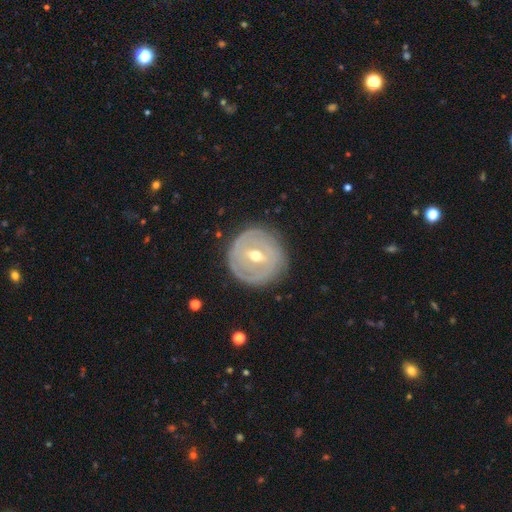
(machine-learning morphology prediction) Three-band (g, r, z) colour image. It shows a featured or disk galaxy (77%) with a weak bar (52%), tight (80%) spiral arms (70%) and a moderate central bulge (65%). Merging: none (82%).